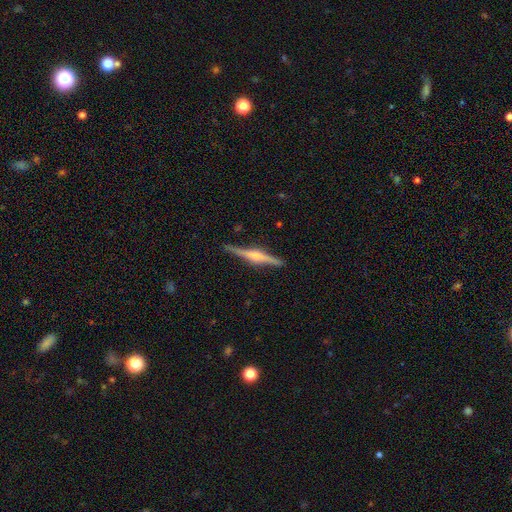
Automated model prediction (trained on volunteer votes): smooth_or_featured: featured or disk (p=0.79) [alt: smooth p=0.16]
disk_edge_on: yes (p=0.98) [alt: no p=0.02]
edge_on_bulge: rounded (p=0.78) [alt: boxy p=0.15]
merging: none (p=0.88) [alt: minor disturbance p=0.09]